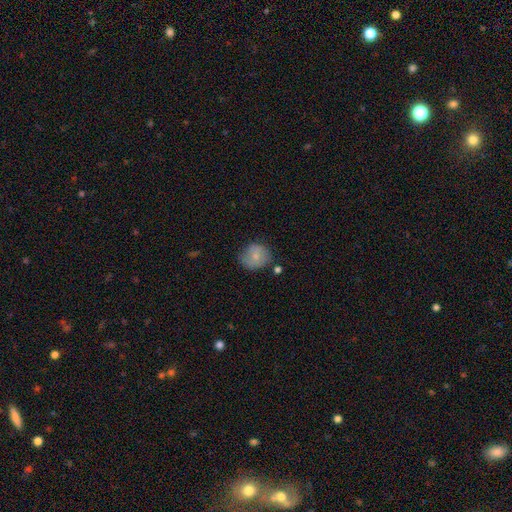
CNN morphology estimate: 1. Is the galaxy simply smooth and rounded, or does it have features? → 69% smooth, 23% featured or disk, 8% star or artifact.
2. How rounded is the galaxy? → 77% round, 22% in between, 1% cigar-shaped.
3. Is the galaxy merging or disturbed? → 67% none, 23% minor disturbance, 6% major disturbance, 5% merger.